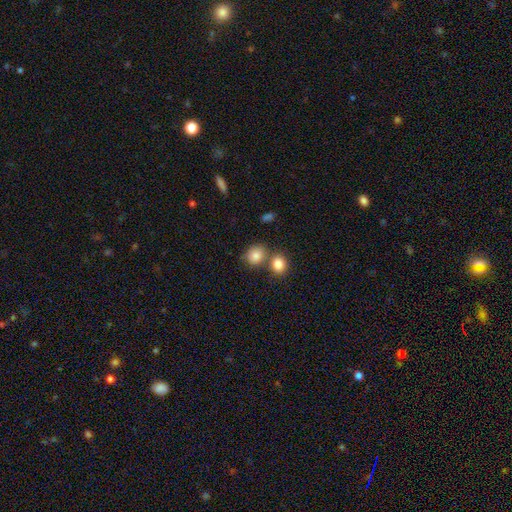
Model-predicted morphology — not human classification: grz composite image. It shows a smooth galaxy with no disk features (84%) that is round (69%). Merging: none (56%).